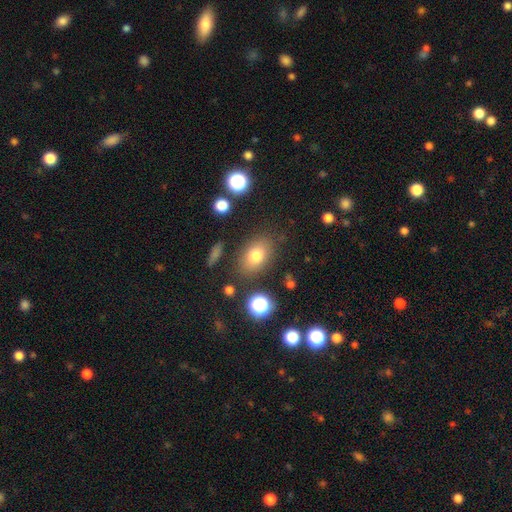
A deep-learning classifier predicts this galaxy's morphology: Smooth or featured?
  - smooth: 75% *
  - featured or disk: 12%
  - star or artifact: 12%
How rounded?
  - in between: 76% *
  - round: 22%
  - cigar-shaped: 2%
Merging?
  - none: 80% *
  - minor disturbance: 12%
  - major disturbance: 5%
  - merger: 3%